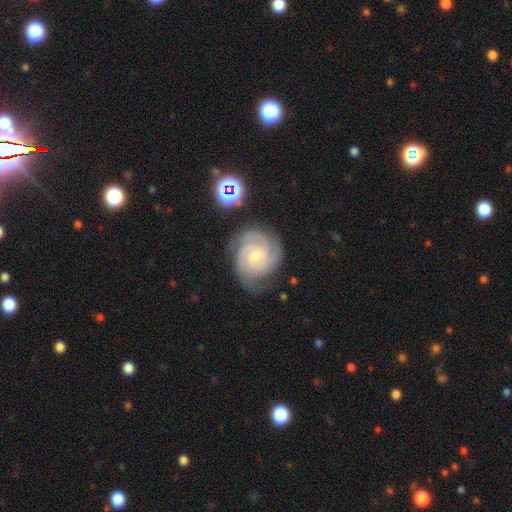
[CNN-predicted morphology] Smooth or featured: featured or disk — 87% (smooth — 7%)
Edge-on disk: no — 98% (yes — 2%)
Bar: no — 66% (weak — 28%)
Spiral arms: yes — 98% (no — 2%)
Spiral winding: tight — 73% (medium — 24%)
Spiral arm count: 3 — 45% (2 — 22%)
Bulge size: small — 51% (moderate — 46%)
Merging: none — 73% (minor disturbance — 19%)